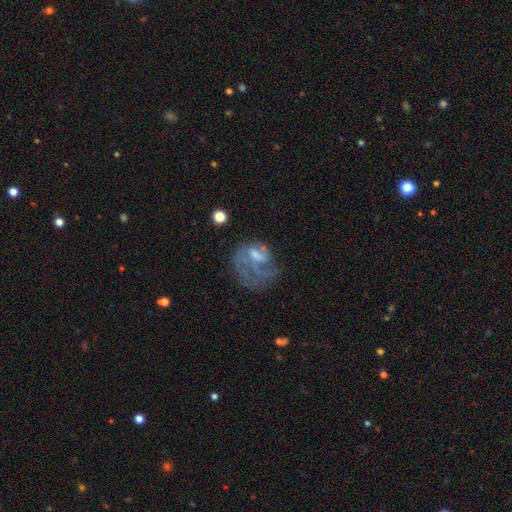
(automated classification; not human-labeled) smooth_or_featured: featured or disk (p=0.61) [alt: smooth p=0.27]
disk_edge_on: no (p=0.97) [alt: yes p=0.03]
bar: no (p=0.49) [alt: weak p=0.39]
has_spiral_arms: yes (p=0.53) [alt: no p=0.47]
bulge_size: moderate (p=0.33) [alt: none p=0.31]
merging: major disturbance (p=0.45) [alt: none p=0.32]